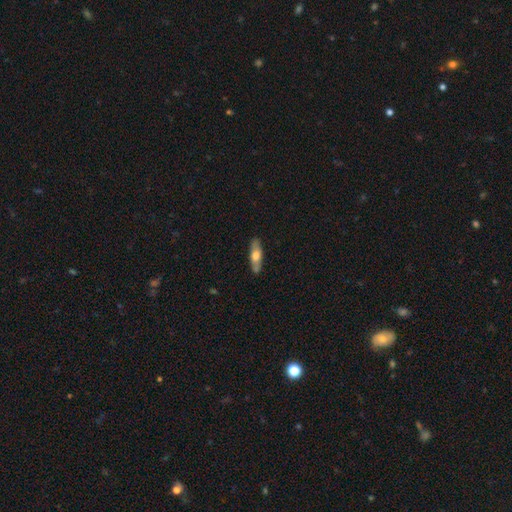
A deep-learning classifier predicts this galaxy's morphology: A smooth galaxy with no disk features (56%) that is in between round and cigar-shaped (55%).

Vote fractions:
- Smooth or featured? smooth: 56% / featured or disk: 39% / star or artifact: 6%
- How rounded? in between: 55% / cigar-shaped: 43% / round: 2%
- Merging? none: 82% / minor disturbance: 13% / merger: 3% / major disturbance: 2%